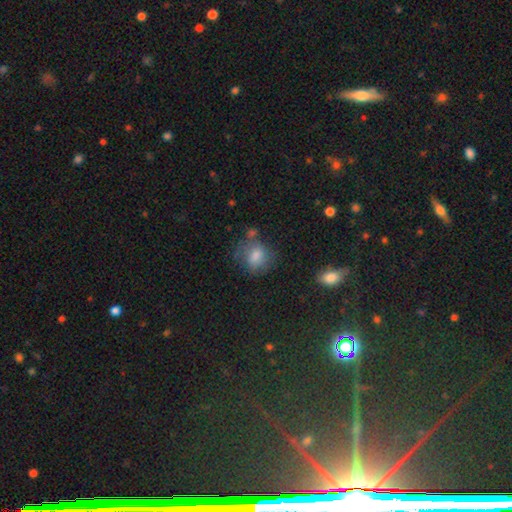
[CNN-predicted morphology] A smooth galaxy with no disk features (75%) that is round (56%).

Vote fractions:
- Smooth or featured? smooth: 75% / featured or disk: 14% / star or artifact: 11%
- How rounded? round: 56% / in between: 43% / cigar-shaped: 1%
- Merging? none: 57% / minor disturbance: 24% / major disturbance: 12% / merger: 7%